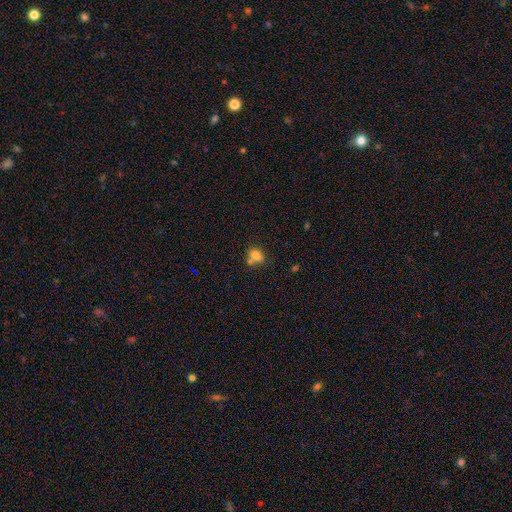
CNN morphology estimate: Smooth or featured? smooth (79%)
How rounded? in between (53%)
Merging? none (55%)